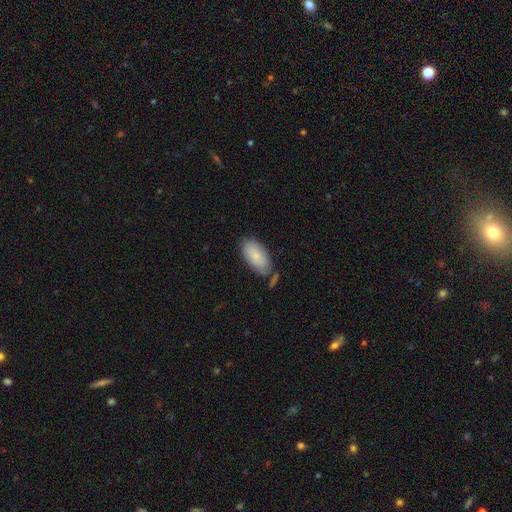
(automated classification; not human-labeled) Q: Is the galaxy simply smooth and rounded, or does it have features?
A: smooth — 82%.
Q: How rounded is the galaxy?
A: in between — 94%.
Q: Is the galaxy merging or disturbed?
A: none — 69%.